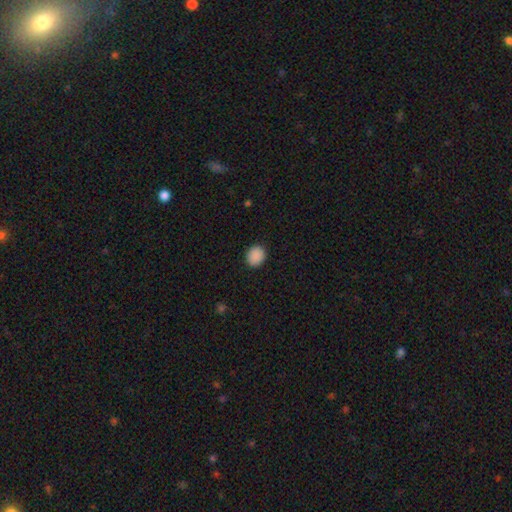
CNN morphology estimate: Smooth or featured: smooth — 90% (star or artifact — 8%)
How rounded: round — 68% (in between — 31%)
Merging: none — 90% (minor disturbance — 7%)